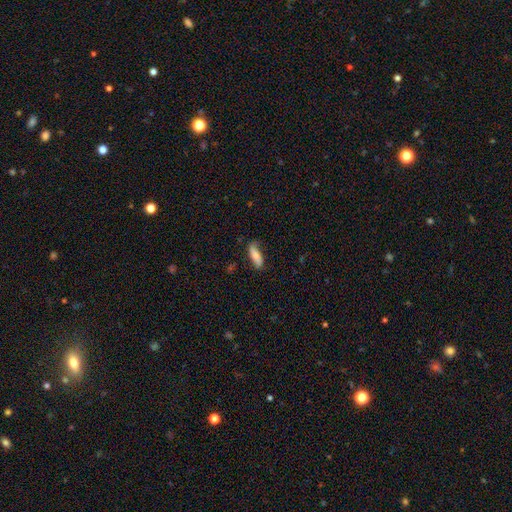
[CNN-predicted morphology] type=smooth (64%); roundness=in between (59%); merging=none (75%).